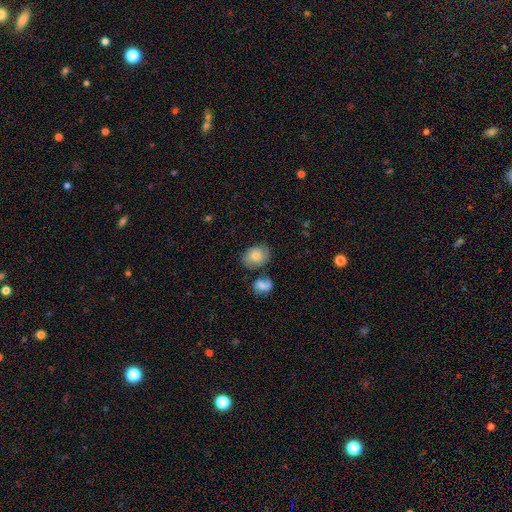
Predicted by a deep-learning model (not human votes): This is likely a smooth galaxy (75%). How rounded: likely in between (67%). Merging: likely none (62%).